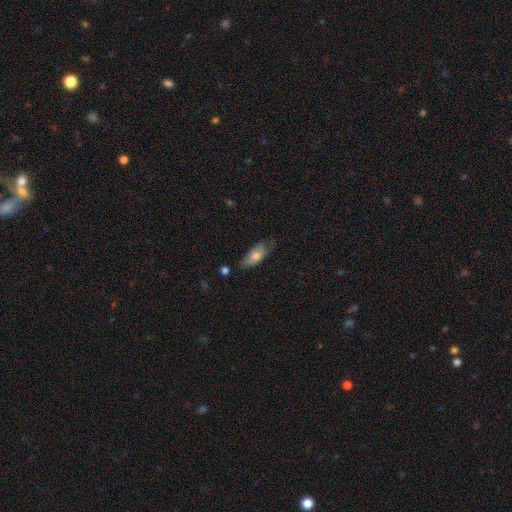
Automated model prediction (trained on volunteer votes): Overall: smooth (69%). How rounded: in between (79%). Merging: none (60%; minor disturbance 30%).